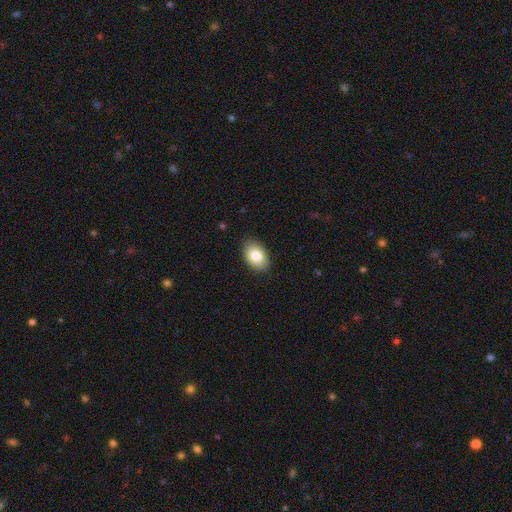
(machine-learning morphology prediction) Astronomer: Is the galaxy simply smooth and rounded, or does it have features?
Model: smooth — 84%.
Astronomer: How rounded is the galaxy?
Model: in between — 89%.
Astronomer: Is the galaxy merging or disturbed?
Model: none — 86%.